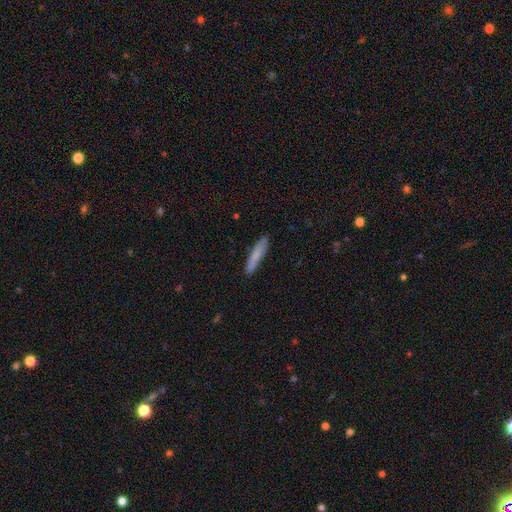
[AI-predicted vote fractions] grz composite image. It shows a smooth galaxy with no disk features (77%) that is cigar-shaped (90%). Merging: none (87%).